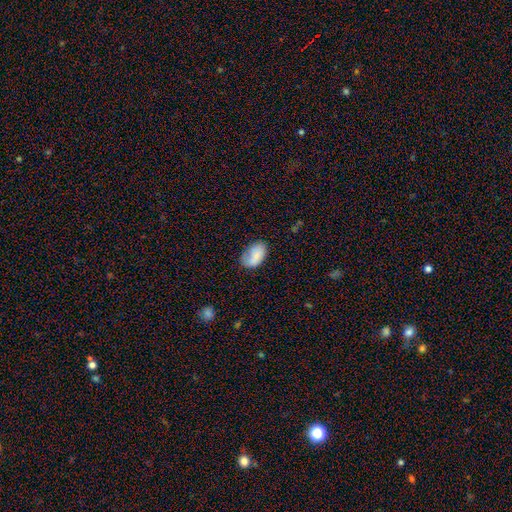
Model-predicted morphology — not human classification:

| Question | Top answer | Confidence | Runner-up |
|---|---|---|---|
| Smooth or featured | smooth | 82% | featured or disk (11%) |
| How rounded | in between | 90% | round (9%) |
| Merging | none | 61% | minor disturbance (28%) |